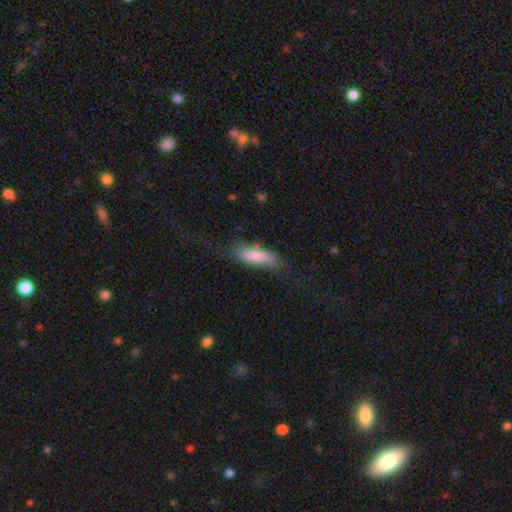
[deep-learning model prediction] This appears to be a smooth galaxy with no disk features (80%) that is in between round and cigar-shaped (68%). Merging: none (58%).